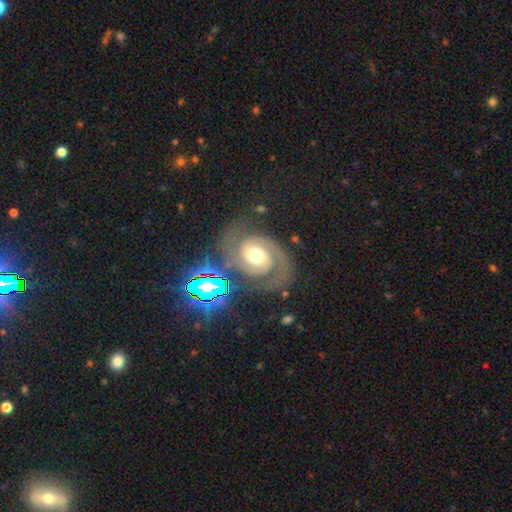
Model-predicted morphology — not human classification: This appears to be a featured or disk galaxy (85%) with no bar (69%), 2 (88%) tight (46%) spiral arms (96%) and a moderate central bulge (69%). Merging: none (68%).